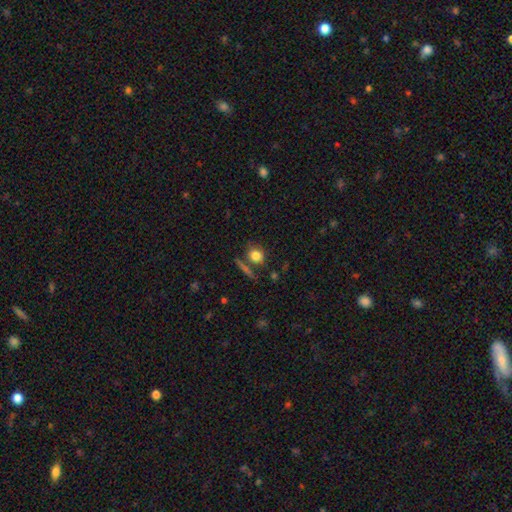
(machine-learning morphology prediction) Smooth or featured?
  - smooth: 80% *
  - star or artifact: 10%
  - featured or disk: 10%
How rounded?
  - round: 71% *
  - in between: 26%
  - cigar-shaped: 3%
Merging?
  - none: 69% *
  - minor disturbance: 14%
  - merger: 11%
  - major disturbance: 6%